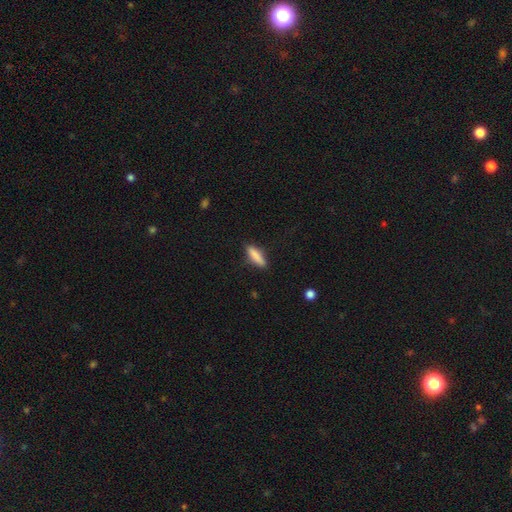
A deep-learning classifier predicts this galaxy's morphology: smooth-or-featured: smooth: 83% | featured or disk: 10% | star or artifact: 6%
  how-rounded: cigar-shaped: 63% | in between: 35% | round: 2%
  merging: none: 84% | minor disturbance: 12% | major disturbance: 3% | merger: 1%